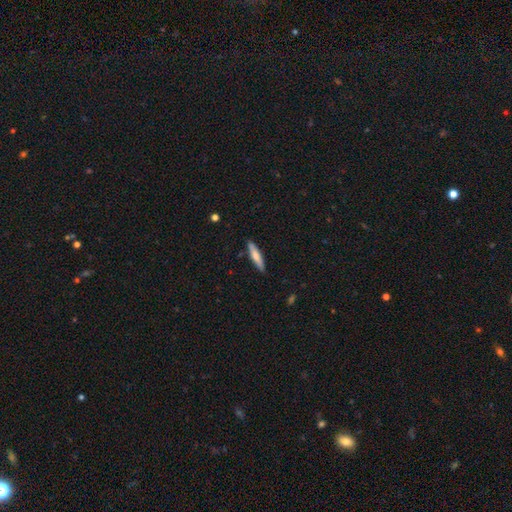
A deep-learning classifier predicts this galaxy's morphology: This is likely a smooth galaxy (68%). How rounded: clearly cigar-shaped (85%). Merging: clearly none (86%).